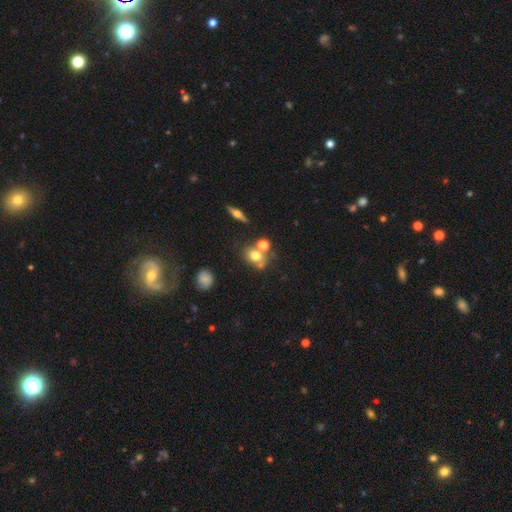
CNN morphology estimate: This is likely a smooth galaxy (66%). How rounded: possibly round (52%). Merging: possibly none (47%).